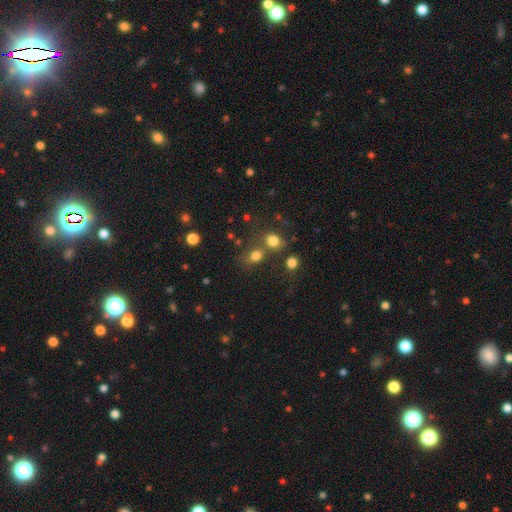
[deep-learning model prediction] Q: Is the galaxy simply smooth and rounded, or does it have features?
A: smooth — 76%.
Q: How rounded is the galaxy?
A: round — 52%.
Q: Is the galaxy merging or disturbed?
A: none — 49%.